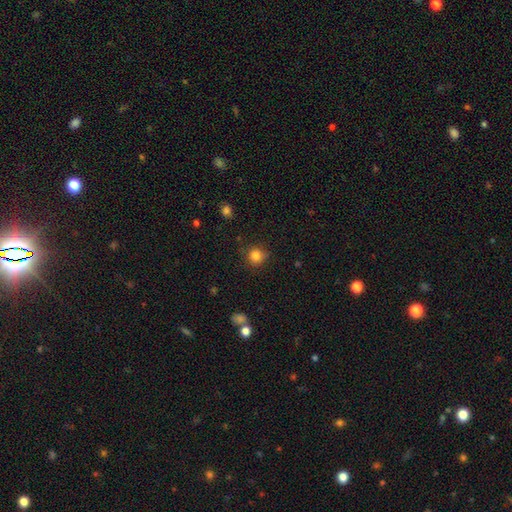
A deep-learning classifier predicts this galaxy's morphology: smooth-or-featured: smooth: 84% | star or artifact: 12% | featured or disk: 5%
  how-rounded: round: 90% | in between: 9% | cigar-shaped: 1%
  merging: none: 82% | minor disturbance: 13% | major disturbance: 3% | merger: 2%